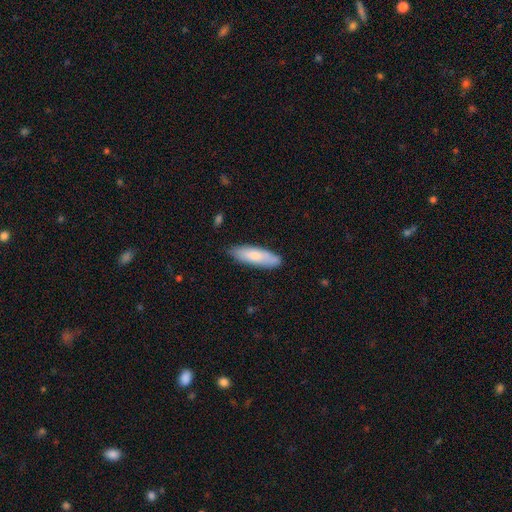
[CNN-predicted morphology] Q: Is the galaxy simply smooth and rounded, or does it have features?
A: smooth — 78%.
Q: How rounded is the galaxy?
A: cigar-shaped — 57%.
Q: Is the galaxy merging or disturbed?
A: none — 81%.